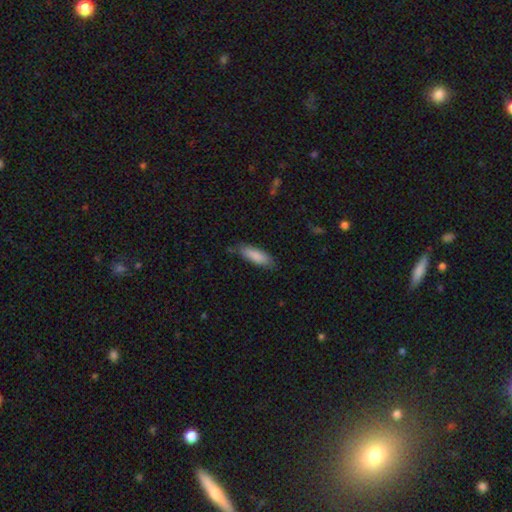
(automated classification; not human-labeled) smooth 86%, featured or disk 8%, star or artifact 6%. Down the decision tree: how rounded — in between (53%); merging — none (78%).